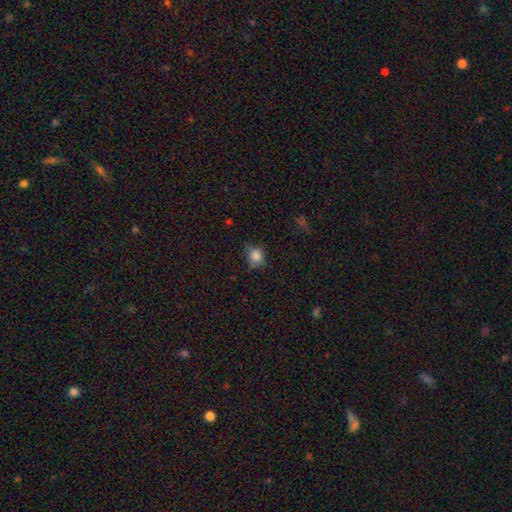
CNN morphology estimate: A smooth galaxy with no disk features (81%) that is round (66%). Merging: none (55%).